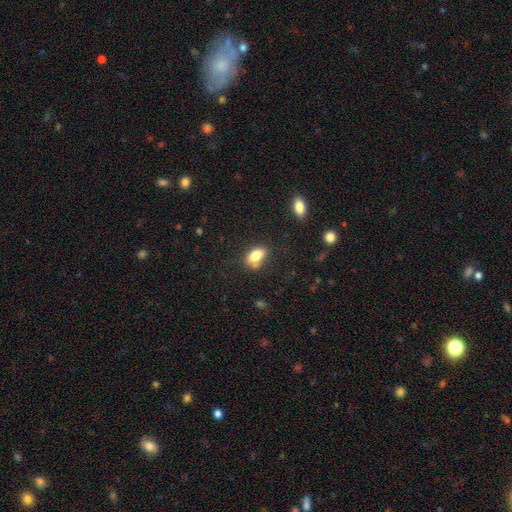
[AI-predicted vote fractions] This appears to be a smooth galaxy with no disk features (79%) that is in between round and cigar-shaped (86%). Merging: none (62%).